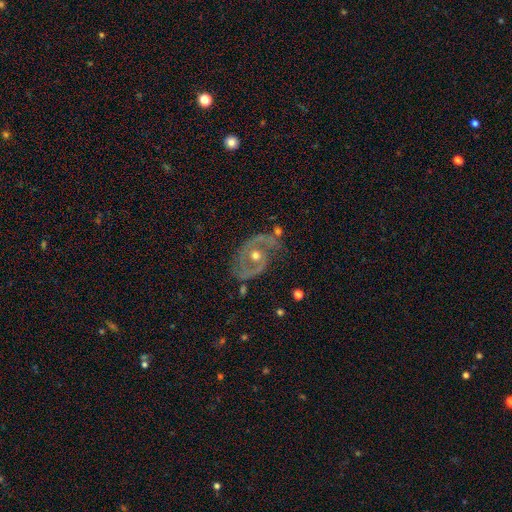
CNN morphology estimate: A featured or disk galaxy (83%) with no bar (72%), 2 (69%) medium (43%) spiral arms (81%) and a moderate central bulge (75%).

Vote fractions:
- Smooth or featured? featured or disk: 83% / smooth: 11% / star or artifact: 6%
- Edge-on disk? no: 96% / yes: 4%
- Bar? no: 72% / weak: 22% / strong: 7%
- Spiral arms? yes: 81% / no: 19%
- Spiral winding? medium: 43% / tight: 39% / loose: 18%
- Spiral arm count? 2: 69% / 1: 13% / can't tell: 11% / 3: 3% / 4: 2% / more than 4: 2%
- Bulge size? moderate: 75% / small: 19% / large: 4% / none: 1% / dominant: 1%
- Merging? none: 61% / minor disturbance: 23% / major disturbance: 13% / merger: 4%